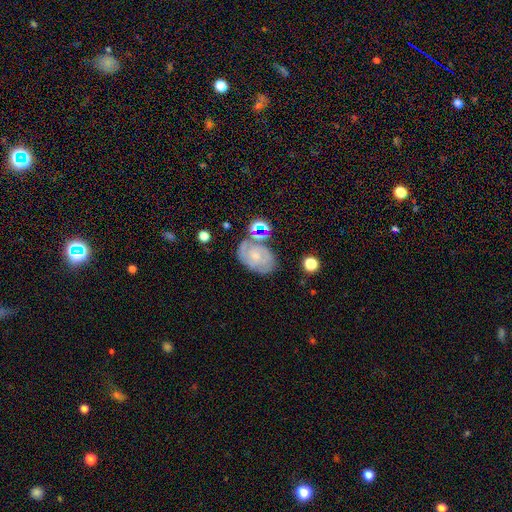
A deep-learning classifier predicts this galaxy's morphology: This is likely a featured or disk galaxy (70%). It is clearly not viewed edge-on (97%). Bar: likely no (70%). Spiral arm pattern: clearly yes (87%). Spiral arm count: marginally 2 (42%). Spiral winding: possibly tight (60%). Central bulge: likely small (63%). Merging: possibly none (60%).